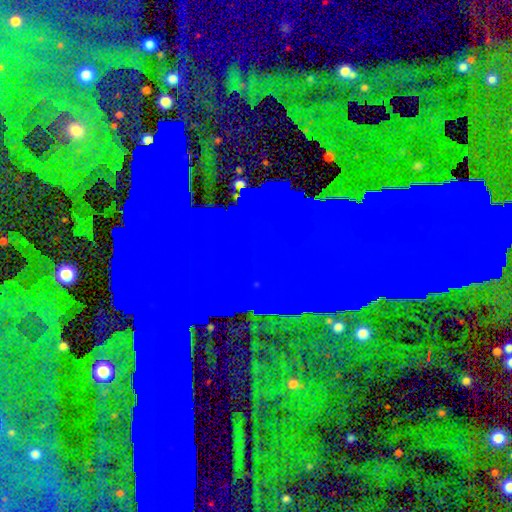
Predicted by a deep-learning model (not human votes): The model was most divided on "smooth or featured": star or artifact: 86%, featured or disk: 8%, smooth: 6%.